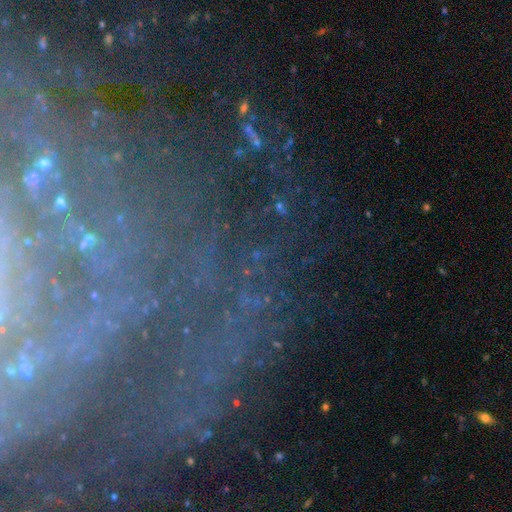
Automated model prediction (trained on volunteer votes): This is possibly a star or artifact rather than a galaxy (49%).